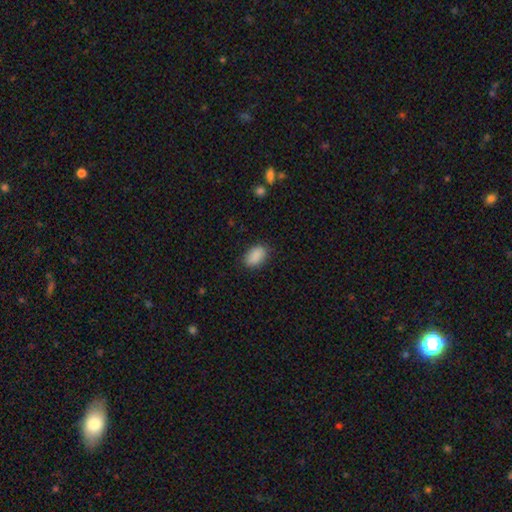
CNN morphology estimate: smooth_or_featured: smooth (p=0.89) [alt: star or artifact p=0.07]
how_rounded: in between (p=0.90) [alt: round p=0.09]
merging: none (p=0.84) [alt: minor disturbance p=0.12]